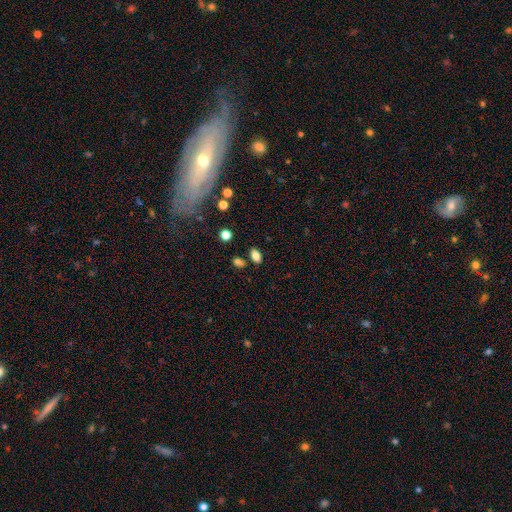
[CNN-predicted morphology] This appears to be a smooth galaxy with no disk features (82%) that is in between round and cigar-shaped (88%). Merging: none (80%).